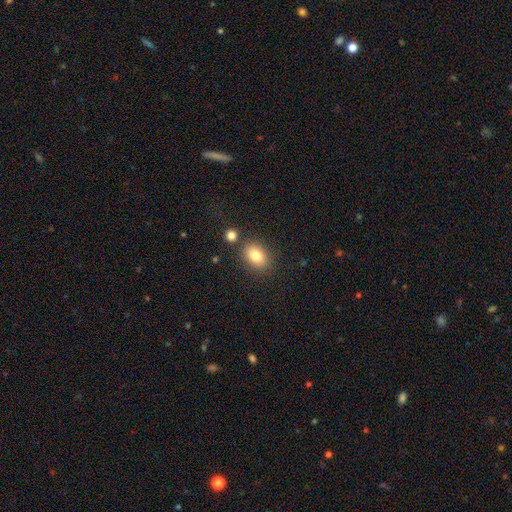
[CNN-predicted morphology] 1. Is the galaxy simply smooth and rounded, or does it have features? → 81% smooth, 10% star or artifact, 9% featured or disk.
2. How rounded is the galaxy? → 71% in between, 28% round, 1% cigar-shaped.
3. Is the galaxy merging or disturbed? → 78% none, 11% minor disturbance, 8% merger, 3% major disturbance.